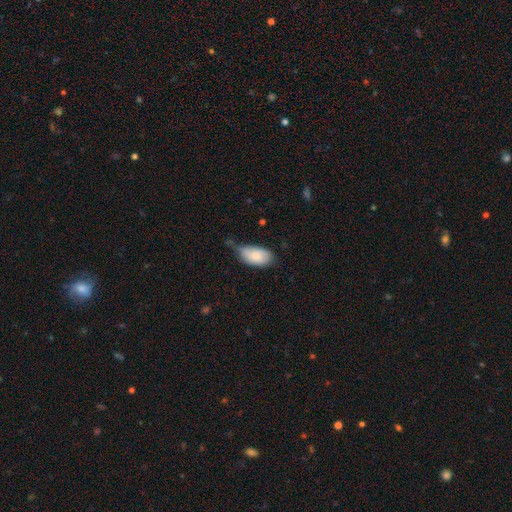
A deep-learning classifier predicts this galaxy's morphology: Smooth or featured? smooth (84%)
How rounded? in between (94%)
Merging? minor disturbance (46%)